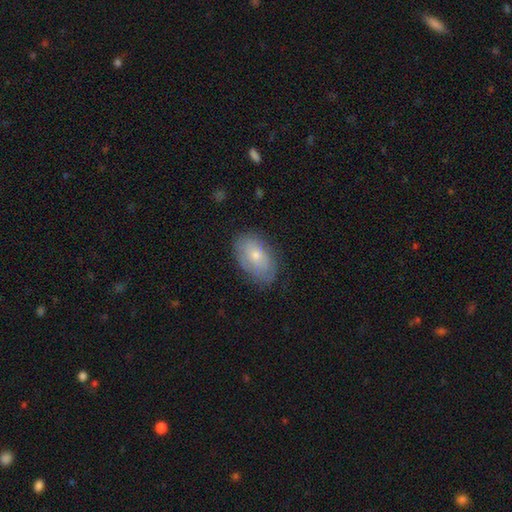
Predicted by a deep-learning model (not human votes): Q: Smooth or featured?
A: smooth (64%); runner-up: featured or disk (28%)
Q: How rounded?
A: in between (91%); runner-up: round (7%)
Q: Merging?
A: none (74%); runner-up: minor disturbance (20%)